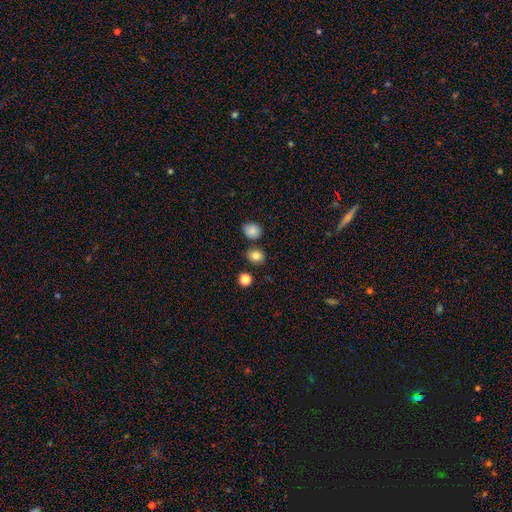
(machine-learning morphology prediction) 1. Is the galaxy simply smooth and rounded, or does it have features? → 82% smooth, 12% star or artifact, 5% featured or disk.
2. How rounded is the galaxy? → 70% round, 29% in between, 1% cigar-shaped.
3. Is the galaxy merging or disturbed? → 82% none, 8% minor disturbance, 7% merger, 2% major disturbance.